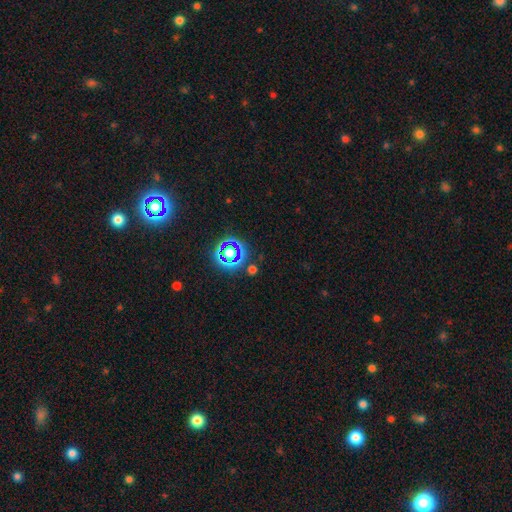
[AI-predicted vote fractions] Smooth or featured? Predicted: star or artifact (p=0.77).